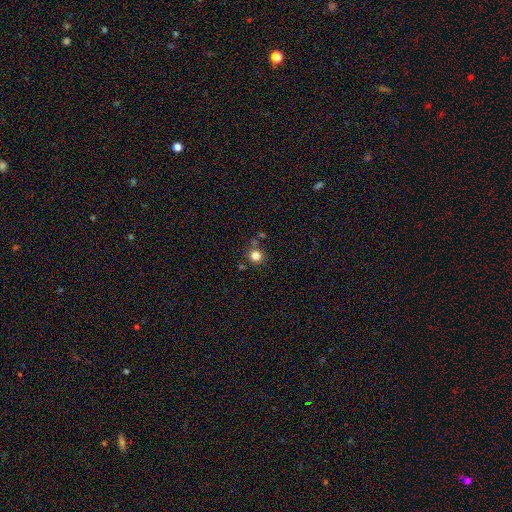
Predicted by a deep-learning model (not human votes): smooth_or_featured: smooth (p=0.81) [alt: star or artifact p=0.13]
how_rounded: round (p=0.93) [alt: in between p=0.06]
merging: none (p=0.76) [alt: minor disturbance p=0.10]